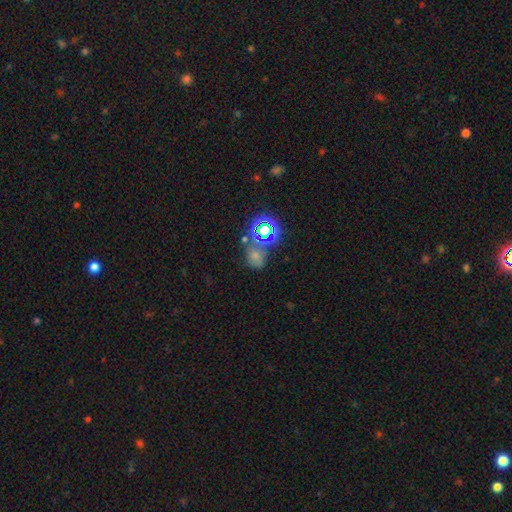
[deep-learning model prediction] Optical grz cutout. It shows a smooth galaxy with no disk features (48%). Merging: none (48%).